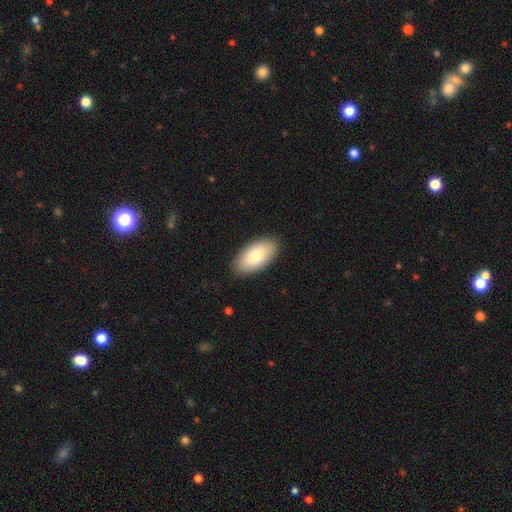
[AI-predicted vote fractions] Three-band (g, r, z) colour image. It shows a smooth galaxy with no disk features (79%) that is in between round and cigar-shaped (95%). Merging: none (88%).